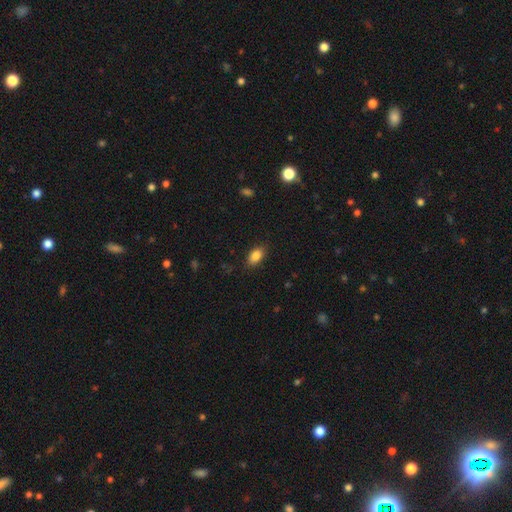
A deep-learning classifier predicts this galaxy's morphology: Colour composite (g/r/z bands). It shows a smooth galaxy with no disk features (86%) that is in between round and cigar-shaped (89%). Merging: none (85%).